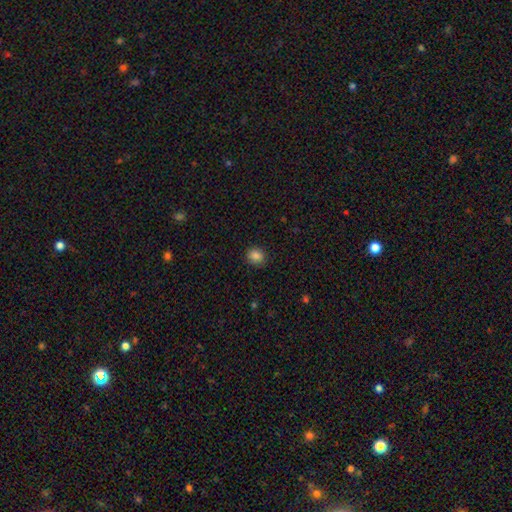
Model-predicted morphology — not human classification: This is clearly a smooth galaxy (86%). How rounded: likely round (71%). Merging: clearly none (89%).